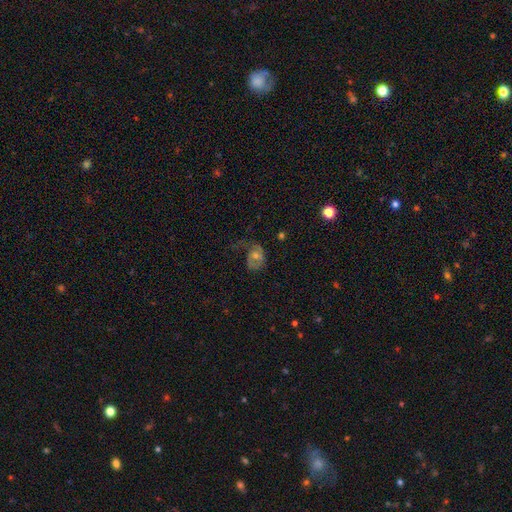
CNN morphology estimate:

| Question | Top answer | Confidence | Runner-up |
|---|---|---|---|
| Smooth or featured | featured or disk | 59% | smooth (31%) |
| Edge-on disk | no | 97% | yes (3%) |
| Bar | no | 72% | weak (23%) |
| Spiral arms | yes | 73% | no (27%) |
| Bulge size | moderate | 51% | small (39%) |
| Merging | major disturbance | 41% | none (35%) |